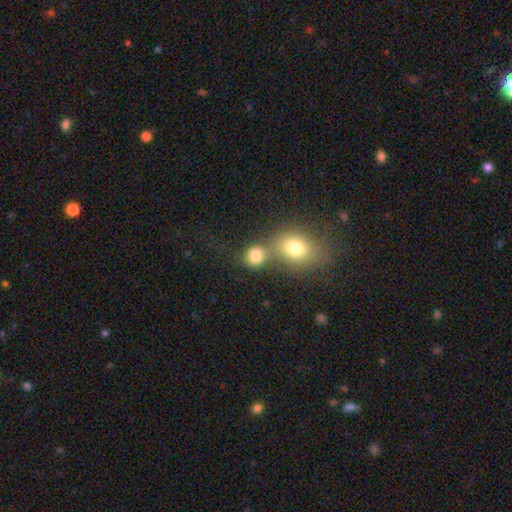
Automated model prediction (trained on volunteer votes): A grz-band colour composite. It shows a smooth galaxy with no disk features (81%) that is round (73%). Merging: merger (45%).